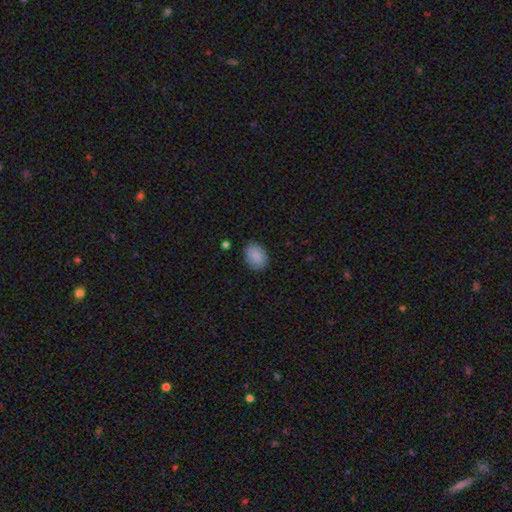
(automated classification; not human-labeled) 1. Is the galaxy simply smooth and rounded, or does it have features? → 89% smooth, 7% star or artifact, 5% featured or disk.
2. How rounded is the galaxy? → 78% in between, 21% round, 1% cigar-shaped.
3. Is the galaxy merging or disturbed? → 86% none, 11% minor disturbance, 2% major disturbance, 1% merger.